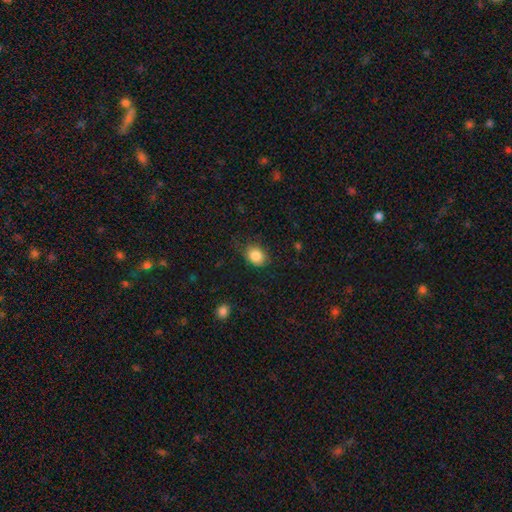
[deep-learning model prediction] This appears to be a smooth galaxy with no disk features (85%) that is in between round and cigar-shaped (52%). Merging: none (72%).